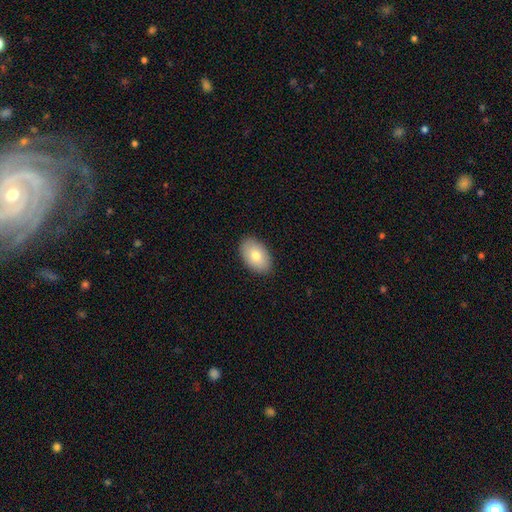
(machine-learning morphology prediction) Smooth or featured? smooth (78%)
How rounded? in between (91%)
Merging? none (88%)